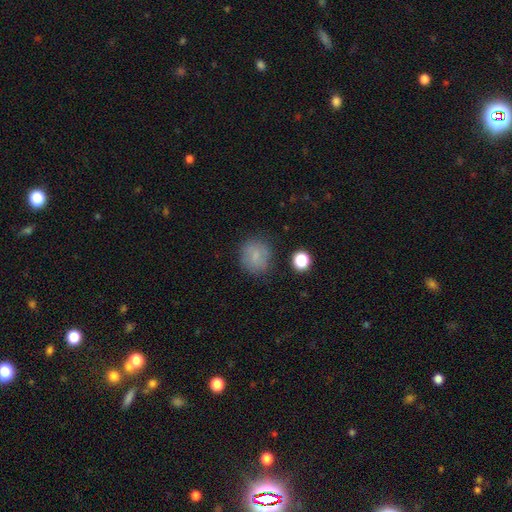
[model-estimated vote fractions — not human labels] A smooth galaxy with no disk features (72%) that is round (79%).

Vote fractions:
- Smooth or featured? smooth: 72% / featured or disk: 17% / star or artifact: 11%
- How rounded? round: 79% / in between: 20% / cigar-shaped: 1%
- Merging? none: 79% / minor disturbance: 14% / major disturbance: 4% / merger: 3%